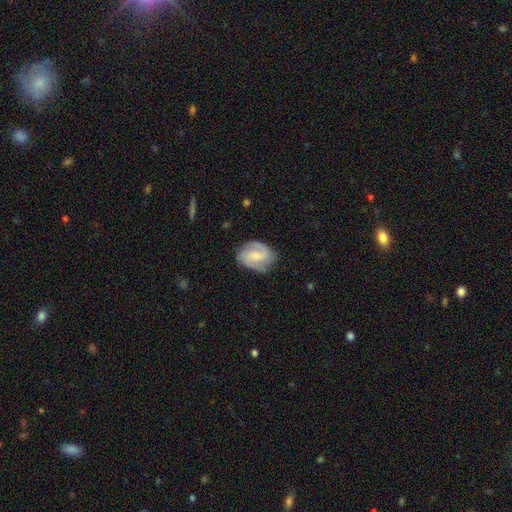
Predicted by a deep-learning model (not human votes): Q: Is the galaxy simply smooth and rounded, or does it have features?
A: featured or disk — 75%.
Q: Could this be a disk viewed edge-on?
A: no — 98%.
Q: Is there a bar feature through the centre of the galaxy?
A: weak — 49%.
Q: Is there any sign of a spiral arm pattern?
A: yes — 95%.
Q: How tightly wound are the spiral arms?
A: medium — 50%.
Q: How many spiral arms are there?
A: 2 — 70%.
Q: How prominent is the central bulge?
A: small — 40%.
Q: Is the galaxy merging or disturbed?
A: none — 73%.